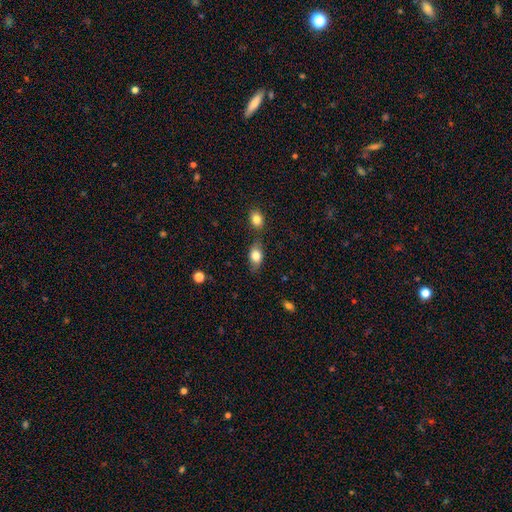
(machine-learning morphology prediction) A smooth galaxy with no disk features (78%) that is in between round and cigar-shaped (82%).

Vote fractions:
- Smooth or featured? smooth: 78% / featured or disk: 14% / star or artifact: 8%
- How rounded? in between: 82% / round: 15% / cigar-shaped: 3%
- Merging? none: 68% / minor disturbance: 17% / merger: 11% / major disturbance: 4%